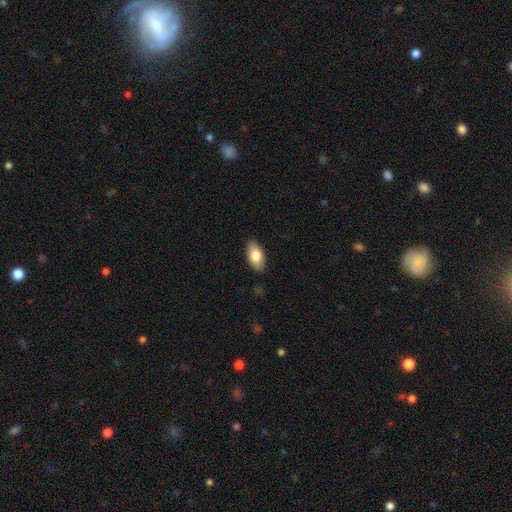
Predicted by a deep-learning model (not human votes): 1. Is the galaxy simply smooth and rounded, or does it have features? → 81% smooth, 13% featured or disk, 6% star or artifact.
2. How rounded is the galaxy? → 93% in between, 3% round, 3% cigar-shaped.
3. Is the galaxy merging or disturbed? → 88% none, 9% minor disturbance, 2% major disturbance, 1% merger.